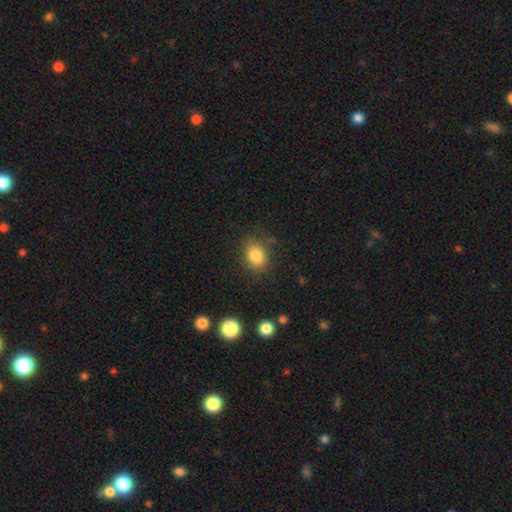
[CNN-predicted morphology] Overall: smooth (83%). How rounded: in between (50%; round 49%). Merging: none (81%).